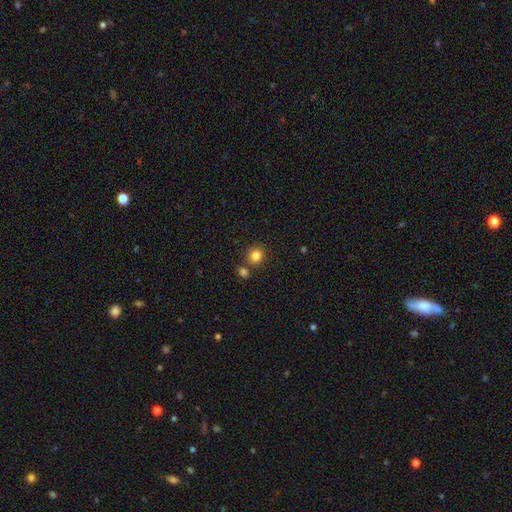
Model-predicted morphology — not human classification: smooth_or_featured: smooth (p=0.84) [alt: star or artifact p=0.11]
how_rounded: round (p=0.77) [alt: in between p=0.22]
merging: none (p=0.70) [alt: merger p=0.17]